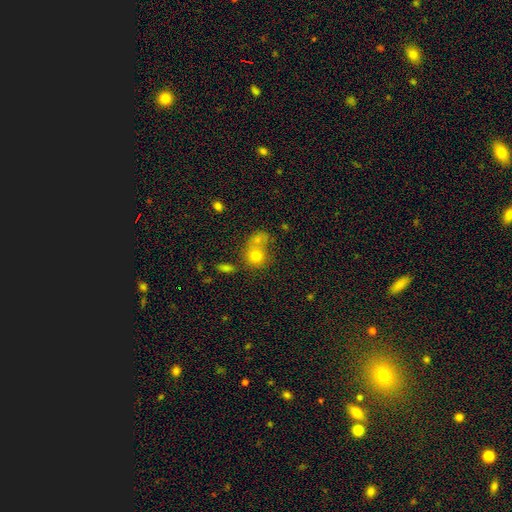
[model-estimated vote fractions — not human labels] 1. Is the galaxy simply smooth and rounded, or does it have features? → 74% smooth, 14% featured or disk, 12% star or artifact.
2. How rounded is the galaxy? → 74% round, 25% in between, 1% cigar-shaped.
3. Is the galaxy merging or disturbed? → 54% merger, 31% none, 9% minor disturbance, 6% major disturbance.